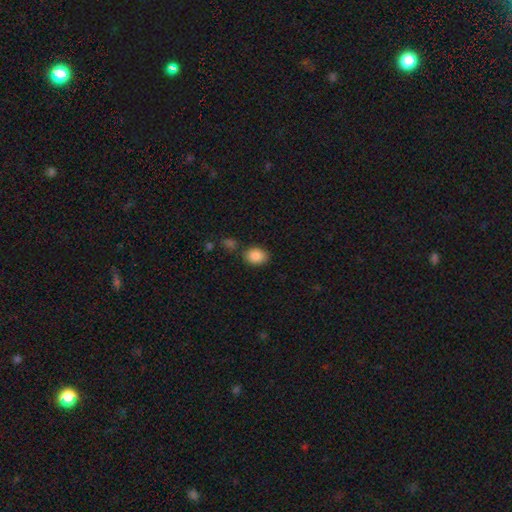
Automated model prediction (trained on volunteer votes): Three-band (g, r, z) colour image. It shows a smooth galaxy with no disk features (88%) that is in between round and cigar-shaped (69%). Merging: none (76%).